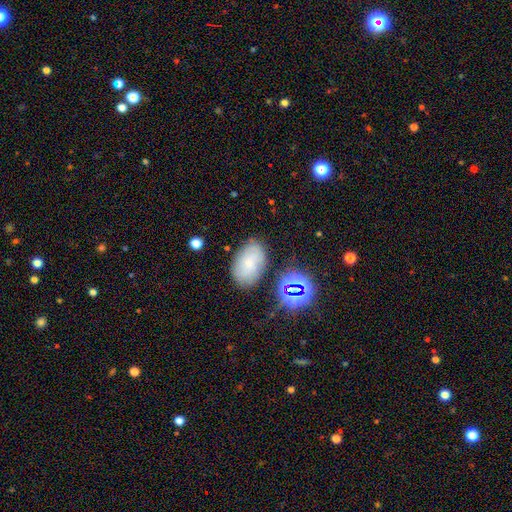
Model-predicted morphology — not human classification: smooth 58%, featured or disk 28%, star or artifact 14%. Down the decision tree: how rounded — in between (89%); merging — none (75%).